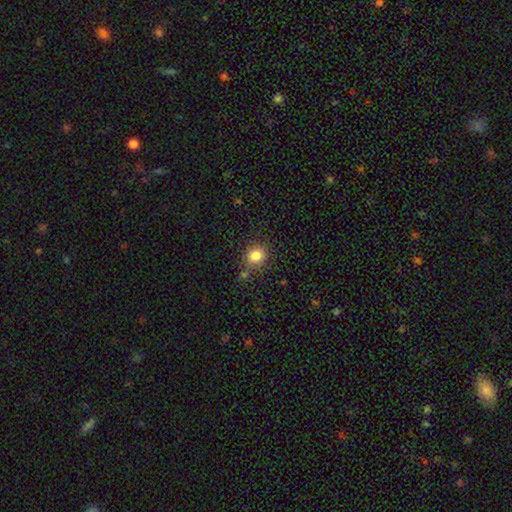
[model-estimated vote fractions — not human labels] Smooth or featured?
  - smooth: 84% *
  - star or artifact: 11%
  - featured or disk: 5%
How rounded?
  - round: 80% *
  - in between: 19%
  - cigar-shaped: 1%
Merging?
  - none: 76% *
  - minor disturbance: 12%
  - merger: 8%
  - major disturbance: 4%